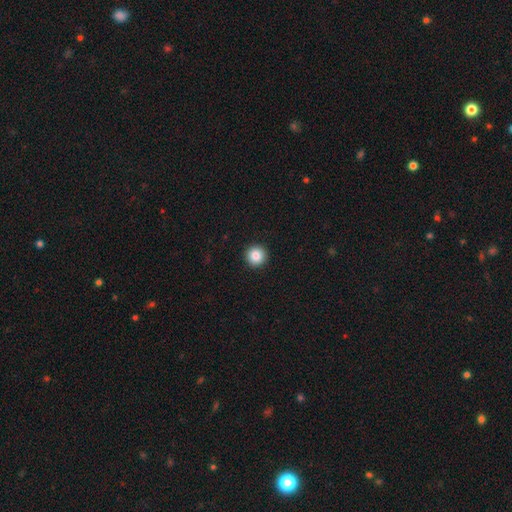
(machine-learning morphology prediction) Smooth or featured: smooth — 86% (star or artifact — 9%)
How rounded: round — 96% (in between — 3%)
Merging: none — 94% (minor disturbance — 4%)